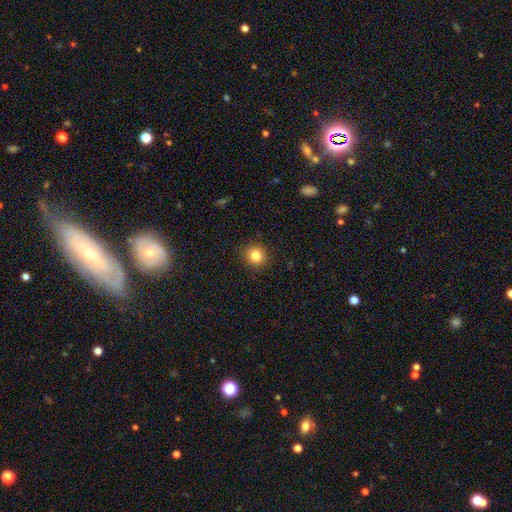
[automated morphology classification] smooth-or-featured: smooth: 83% | star or artifact: 11% | featured or disk: 6%
  how-rounded: round: 89% | in between: 10% | cigar-shaped: 1%
  merging: none: 90% | minor disturbance: 7% | major disturbance: 2% | merger: 1%